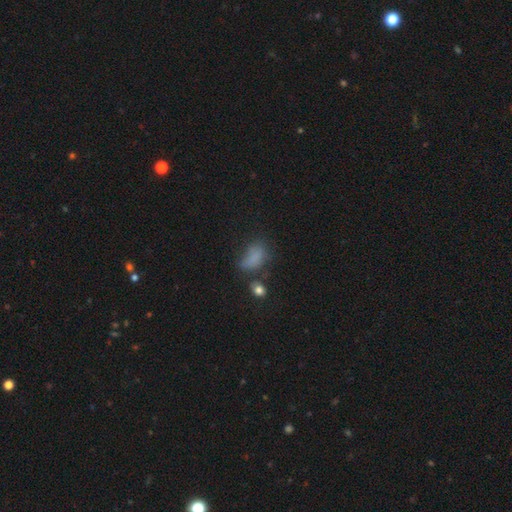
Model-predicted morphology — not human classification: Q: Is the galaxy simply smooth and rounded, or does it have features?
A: smooth — 73%.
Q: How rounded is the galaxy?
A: in between — 85%.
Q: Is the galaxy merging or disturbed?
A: none — 37%.